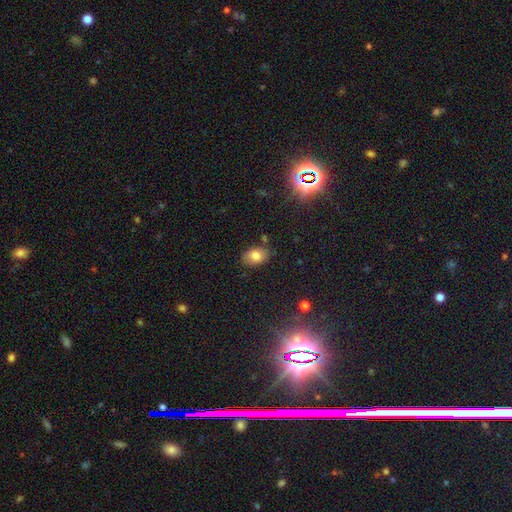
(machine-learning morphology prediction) The model was most divided on "merging": none: 81%, minor disturbance: 14%, merger: 3%, major disturbance: 3%. More confident: how rounded — in between (85%); smooth or featured — smooth (79%).